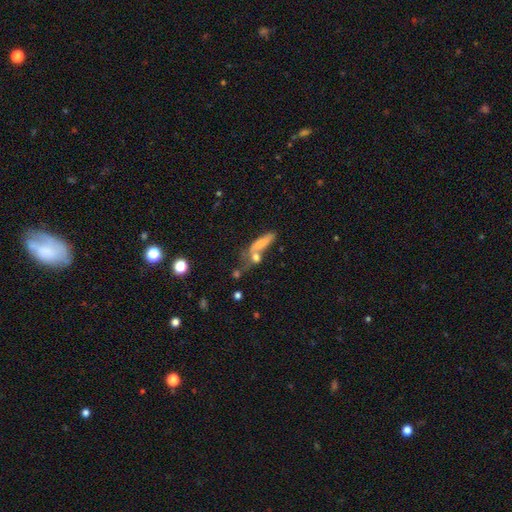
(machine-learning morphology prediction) Smooth or featured: smooth — 55% (featured or disk — 30%)
How rounded: cigar-shaped — 57% (in between — 35%)
Merging: none — 38% (merger — 31%)